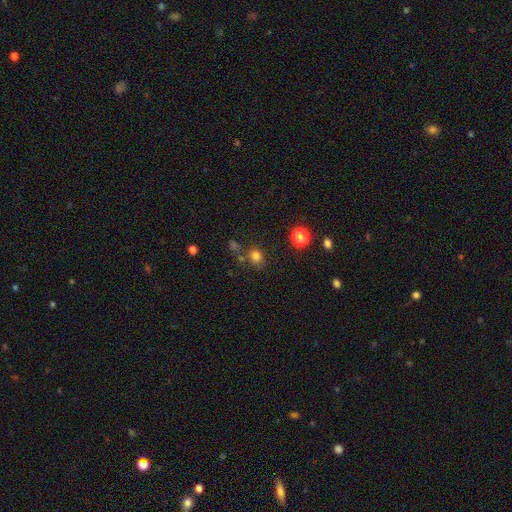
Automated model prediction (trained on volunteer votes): Q: Smooth or featured?
A: smooth (76%); runner-up: star or artifact (17%)
Q: How rounded?
A: round (74%); runner-up: in between (25%)
Q: Merging?
A: none (71%); runner-up: minor disturbance (13%)